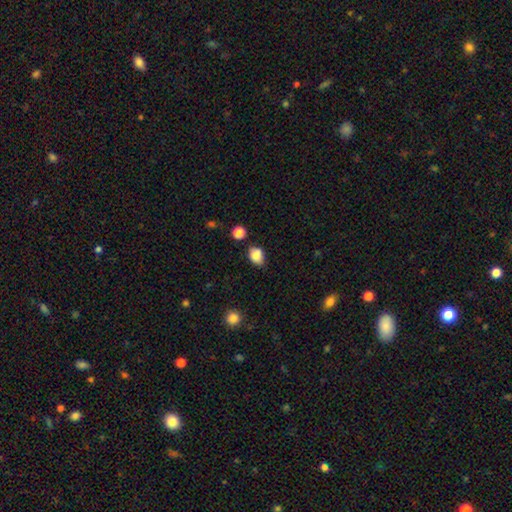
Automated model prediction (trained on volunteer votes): smooth 84%, star or artifact 10%, featured or disk 7%. Down the decision tree: how rounded — in between (67%); merging — none (70%).